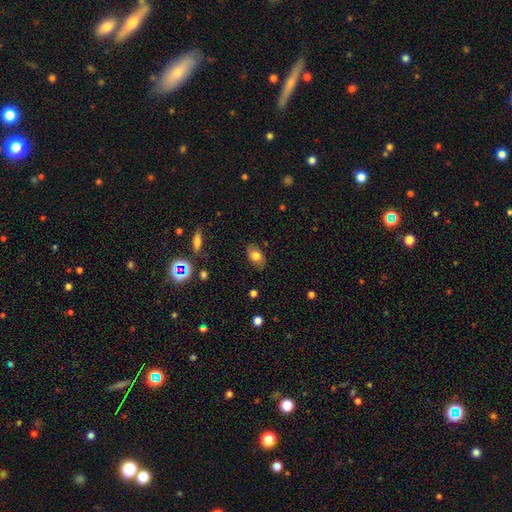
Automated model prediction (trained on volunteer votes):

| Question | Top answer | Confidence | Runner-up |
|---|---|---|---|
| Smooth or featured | smooth | 75% | featured or disk (15%) |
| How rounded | in between | 87% | round (12%) |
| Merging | none | 82% | minor disturbance (13%) |